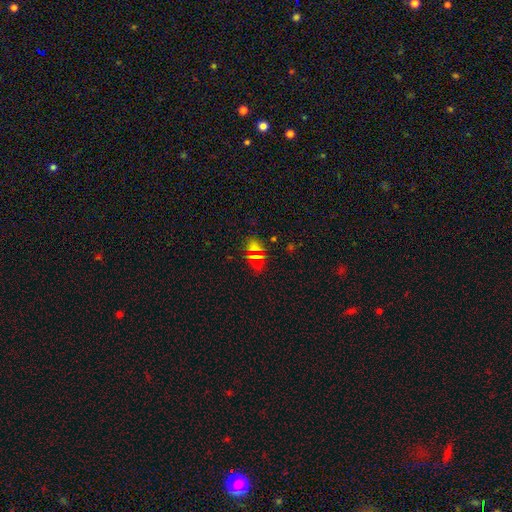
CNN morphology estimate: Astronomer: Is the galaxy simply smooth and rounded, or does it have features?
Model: smooth — 57% (runner-up: star or artifact, 34%).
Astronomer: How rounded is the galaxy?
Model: in between — 57% (runner-up: round, 35%).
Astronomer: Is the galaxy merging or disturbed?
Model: none — 81%.